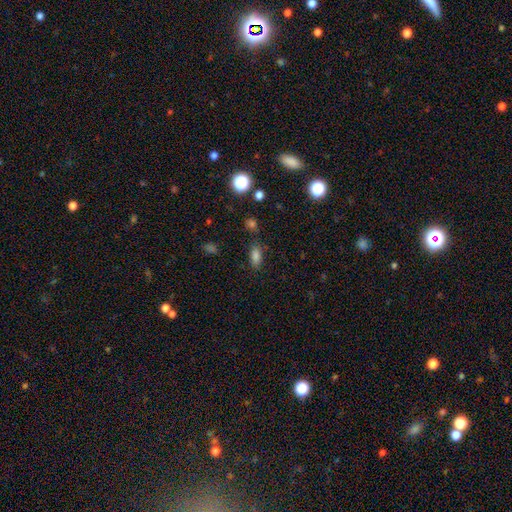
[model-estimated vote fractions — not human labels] Smooth or featured? Predicted: smooth (p=0.80). How rounded? Predicted: in between (p=0.85). Merging? Predicted: none (p=0.76).